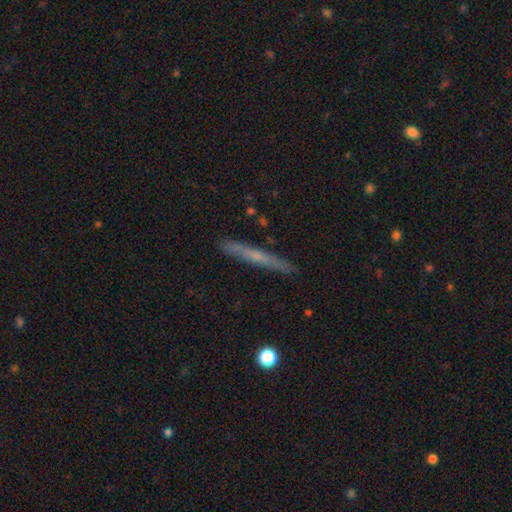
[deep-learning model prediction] Morphology: type=featured or disk (55%); edge-on=yes (96%); edge-on bulge=none (52%); merging=none (90%).